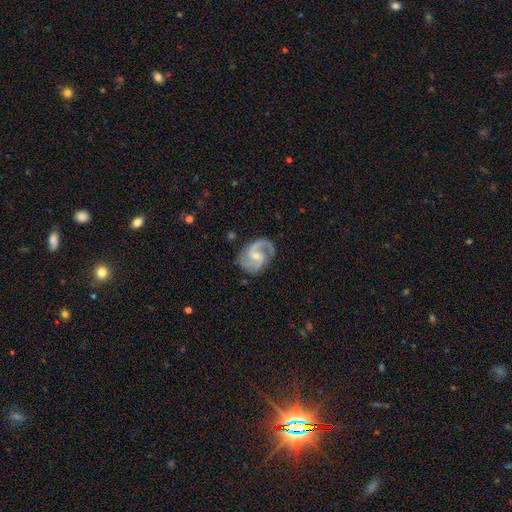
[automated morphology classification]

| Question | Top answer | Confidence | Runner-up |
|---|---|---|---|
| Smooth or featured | featured or disk | 90% | smooth (6%) |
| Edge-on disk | no | 98% | yes (2%) |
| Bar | weak | 53% | no (33%) |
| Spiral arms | yes | 98% | no (2%) |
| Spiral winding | medium | 57% | loose (24%) |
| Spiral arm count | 2 | 84% | 3 (6%) |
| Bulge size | small | 56% | moderate (38%) |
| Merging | none | 75% | minor disturbance (17%) |